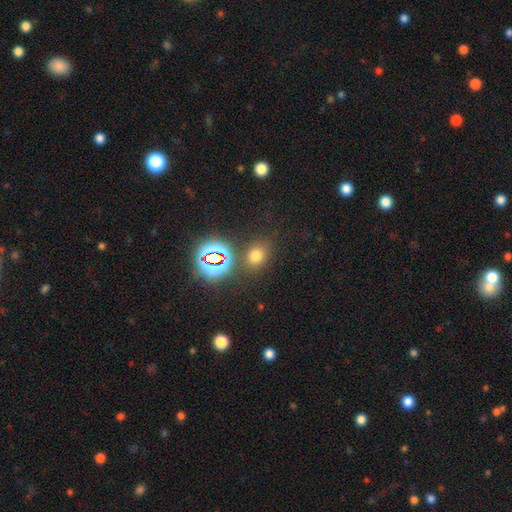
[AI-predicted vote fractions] Smooth or featured?
  - smooth: 64% *
  - star or artifact: 28%
  - featured or disk: 8%
How rounded?
  - in between: 51% *
  - round: 48%
  - cigar-shaped: 2%
Merging?
  - none: 77% *
  - minor disturbance: 11%
  - merger: 7%
  - major disturbance: 5%